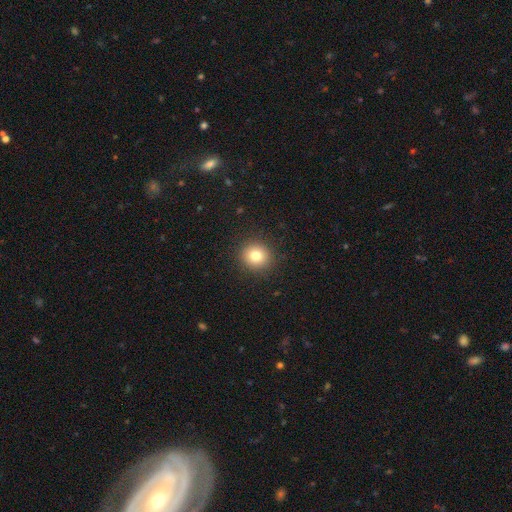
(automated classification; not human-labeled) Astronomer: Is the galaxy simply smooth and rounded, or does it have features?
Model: smooth — 79%.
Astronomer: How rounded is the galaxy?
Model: round — 91%.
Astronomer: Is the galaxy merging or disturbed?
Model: none — 91%.